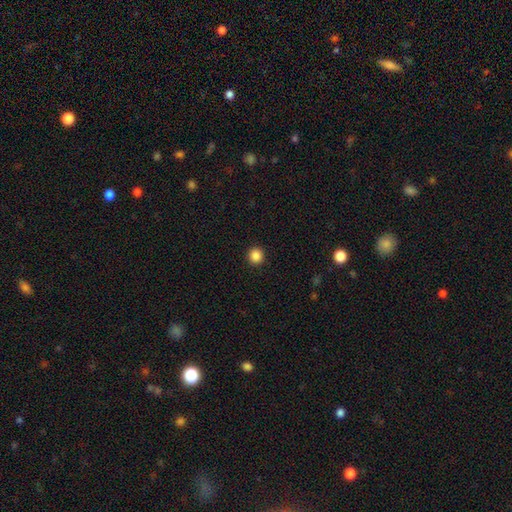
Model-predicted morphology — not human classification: Smooth or featured? smooth (86%)
How rounded? round (94%)
Merging? none (93%)